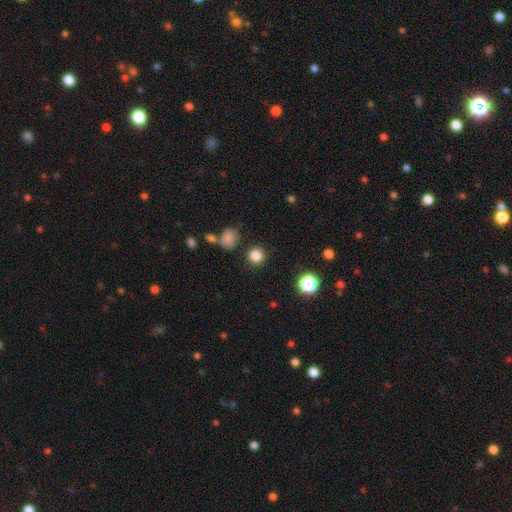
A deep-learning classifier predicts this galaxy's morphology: This is clearly a smooth galaxy (83%). How rounded: clearly round (93%). Merging: clearly none (87%).